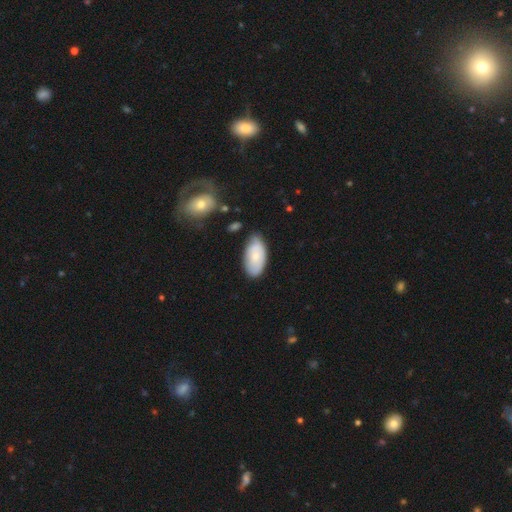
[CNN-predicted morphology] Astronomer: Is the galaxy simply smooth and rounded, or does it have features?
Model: smooth — 61%.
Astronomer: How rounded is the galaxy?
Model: in between — 94%.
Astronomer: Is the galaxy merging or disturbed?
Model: none — 66%.